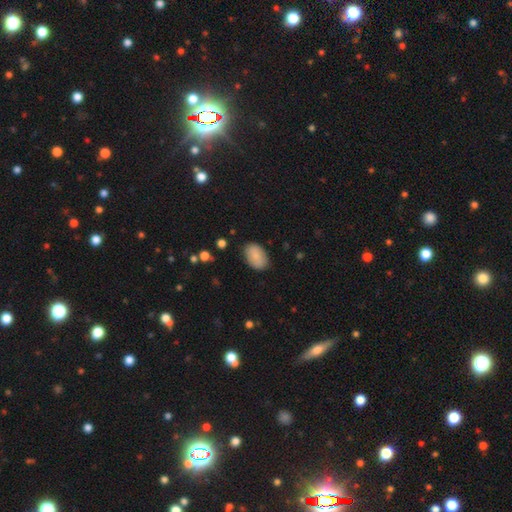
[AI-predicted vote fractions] Smooth or featured?
  - smooth: 86% *
  - featured or disk: 8%
  - star or artifact: 6%
How rounded?
  - in between: 91% *
  - round: 8%
  - cigar-shaped: 1%
Merging?
  - none: 84% *
  - minor disturbance: 12%
  - major disturbance: 3%
  - merger: 1%